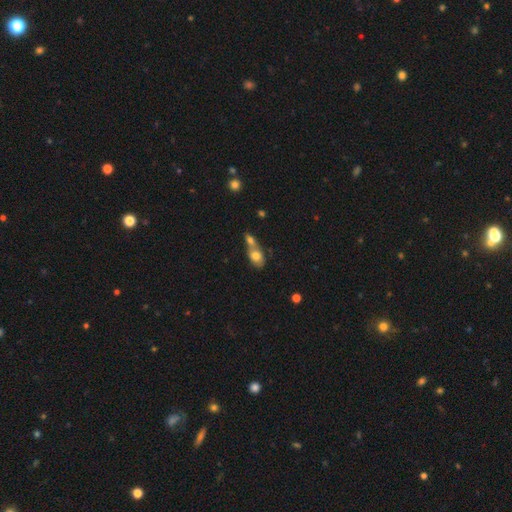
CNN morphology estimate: Smooth or featured? smooth (75%)
How rounded? in between (75%)
Merging? merger (67%)